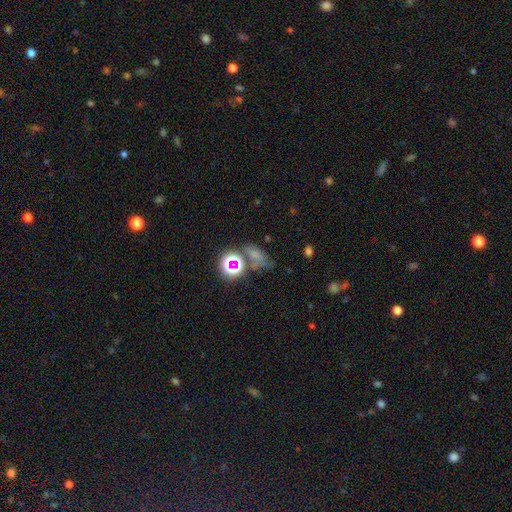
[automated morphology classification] smooth 51%, star or artifact 35%, featured or disk 14%. Down the decision tree: how rounded — in between (69%); merging — none (47%).